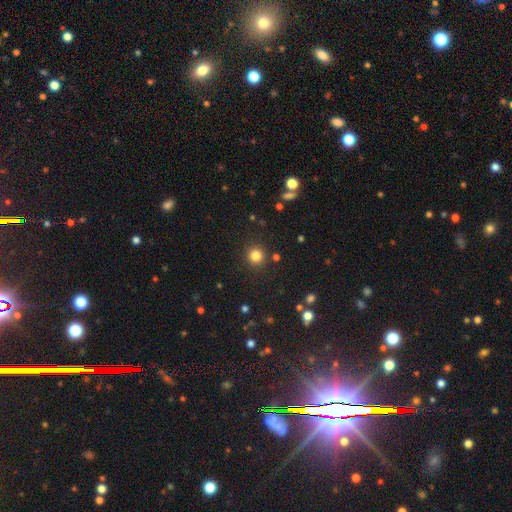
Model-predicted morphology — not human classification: This appears to be a smooth galaxy with no disk features (82%) that is round (93%). Merging: none (89%).